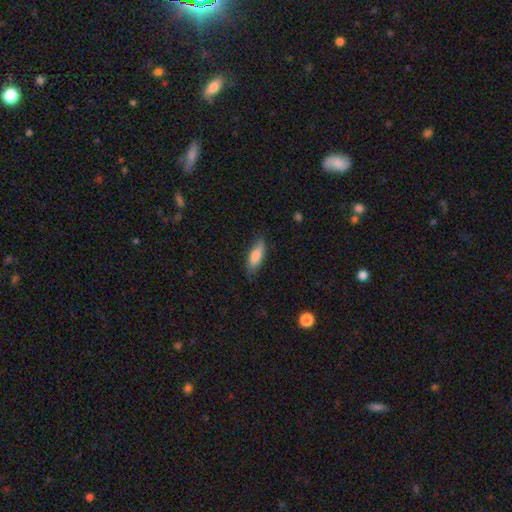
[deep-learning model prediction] smooth 81%, featured or disk 13%, star or artifact 6%. Down the decision tree: how rounded — in between (58%); merging — none (79%).